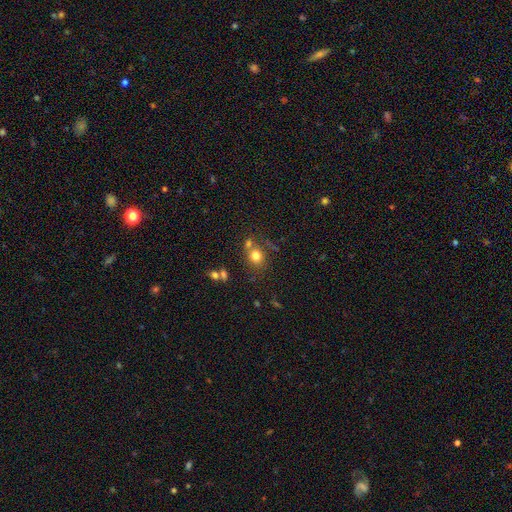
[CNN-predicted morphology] Smooth or featured: smooth — 76% (star or artifact — 14%)
How rounded: round — 74% (in between — 25%)
Merging: none — 59% (merger — 23%)